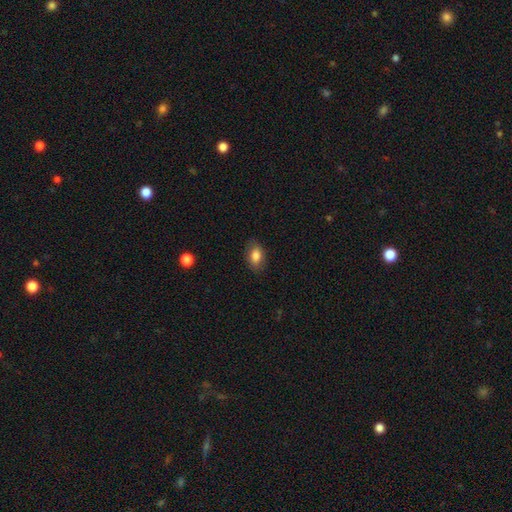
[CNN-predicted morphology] A smooth galaxy with no disk features (82%) that is in between round and cigar-shaped (89%).

Vote fractions:
- Smooth or featured? smooth: 82% / featured or disk: 10% / star or artifact: 8%
- How rounded? in between: 89% / round: 9% / cigar-shaped: 2%
- Merging? none: 84% / minor disturbance: 12% / major disturbance: 3% / merger: 1%